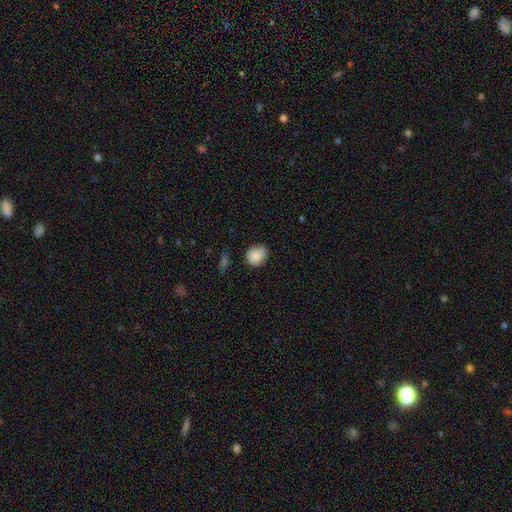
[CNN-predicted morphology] This is clearly a smooth galaxy (83%). How rounded: likely round (65%). Merging: likely none (66%).